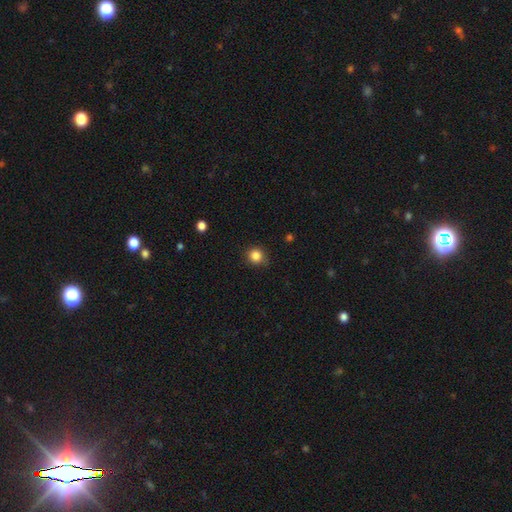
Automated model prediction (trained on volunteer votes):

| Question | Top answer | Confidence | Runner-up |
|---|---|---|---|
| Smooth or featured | smooth | 85% | star or artifact (11%) |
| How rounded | round | 88% | in between (11%) |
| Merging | none | 83% | minor disturbance (13%) |